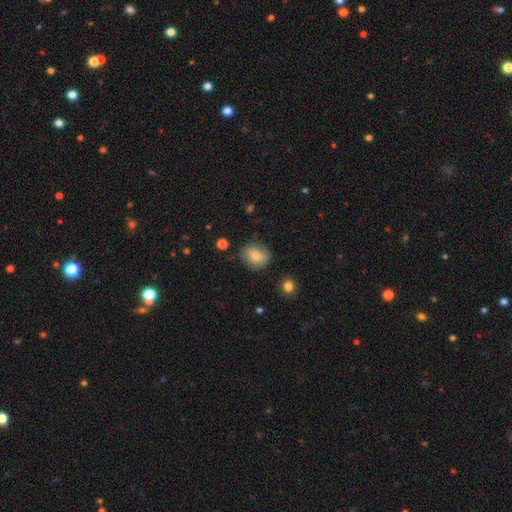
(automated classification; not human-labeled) The model was most divided on "how rounded": round: 68%, in between: 31%, cigar-shaped: 1%. More confident: merging — none (77%); smooth or featured — smooth (75%).